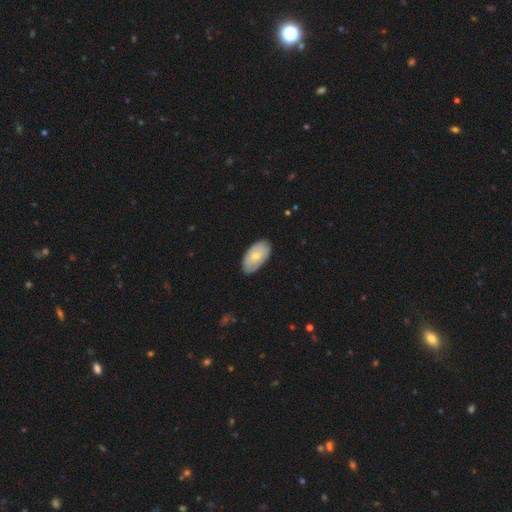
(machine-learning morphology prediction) This is likely a smooth galaxy (69%). How rounded: clearly in between (95%). Merging: clearly none (83%).